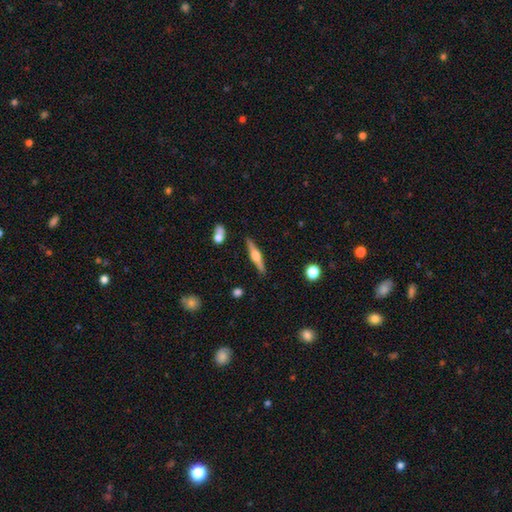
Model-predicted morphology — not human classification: Q: Smooth or featured?
A: featured or disk (72%); runner-up: smooth (22%)
Q: Edge-on disk?
A: yes (97%); runner-up: no (3%)
Q: Edge-on bulge?
A: rounded (89%); runner-up: boxy (8%)
Q: Merging?
A: none (88%); runner-up: minor disturbance (8%)